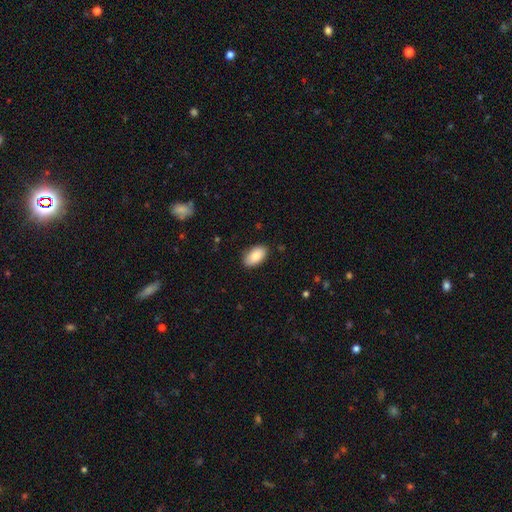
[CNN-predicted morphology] Overall: smooth (87%). How rounded: in between (94%). Merging: none (86%).